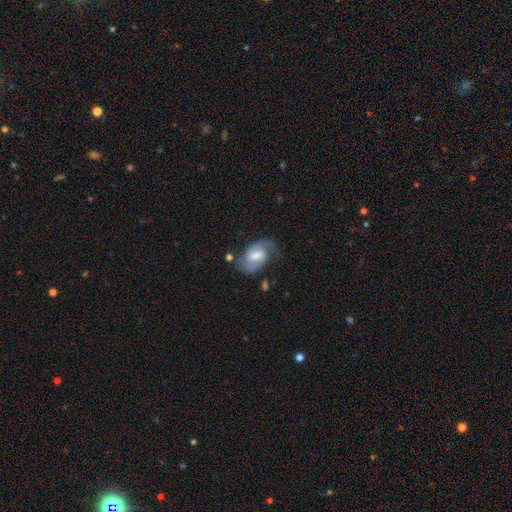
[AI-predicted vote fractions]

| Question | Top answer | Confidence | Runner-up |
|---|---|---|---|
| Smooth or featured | featured or disk | 67% | smooth (27%) |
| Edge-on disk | no | 96% | yes (4%) |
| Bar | weak | 55% | no (23%) |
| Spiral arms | yes | 87% | no (13%) |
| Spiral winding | medium | 46% | loose (30%) |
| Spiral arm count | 2 | 72% | 1 (14%) |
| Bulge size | moderate | 56% | small (27%) |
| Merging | none | 53% | minor disturbance (25%) |